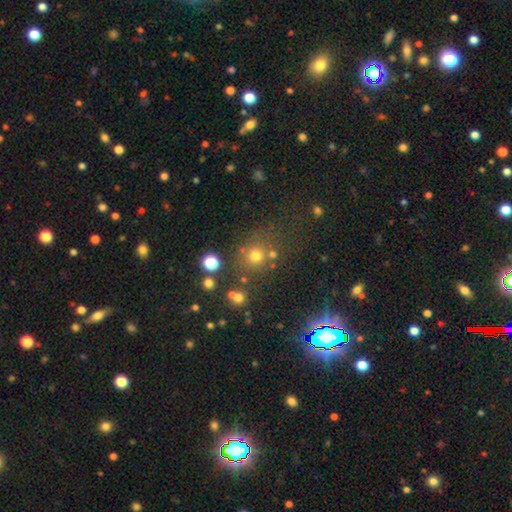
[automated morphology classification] Smooth or featured? Predicted: smooth (p=0.69). How rounded? Predicted: round (p=0.85). Merging? Predicted: none (p=0.72).